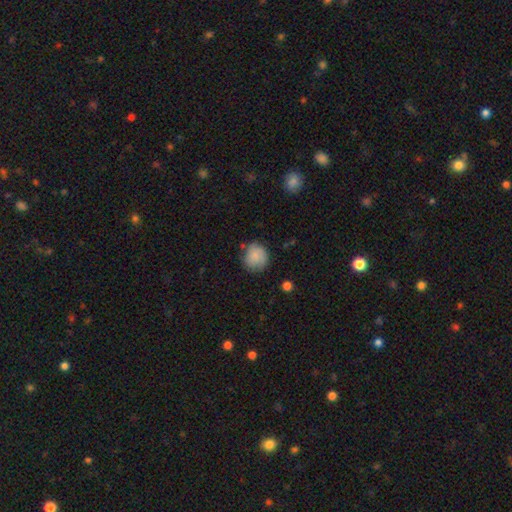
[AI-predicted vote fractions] Smooth or featured: smooth — 78% (featured or disk — 14%)
How rounded: round — 86% (in between — 13%)
Merging: none — 72% (minor disturbance — 20%)